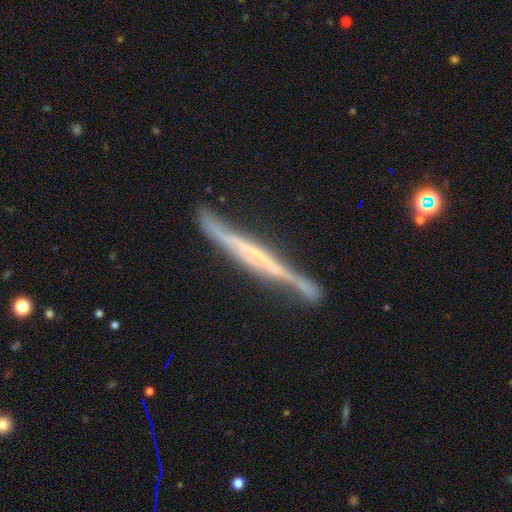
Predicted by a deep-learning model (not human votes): Q: Smooth or featured?
A: featured or disk (75%); runner-up: smooth (19%)
Q: Edge-on disk?
A: yes (93%); runner-up: no (7%)
Q: Edge-on bulge?
A: none (61%); runner-up: boxy (20%)
Q: Merging?
A: none (70%); runner-up: minor disturbance (20%)